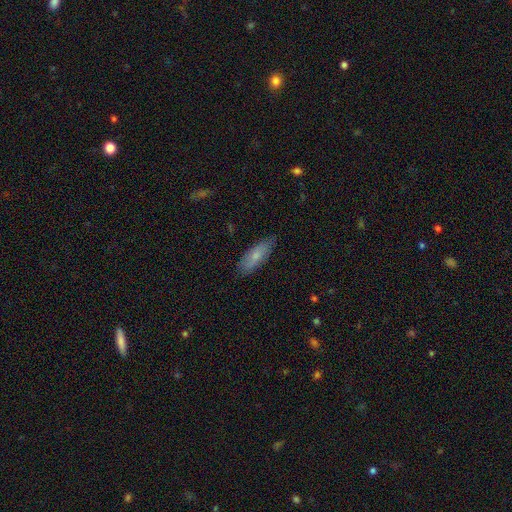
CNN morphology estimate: smooth-or-featured: smooth: 72% | featured or disk: 22% | star or artifact: 6%
  how-rounded: in between: 63% | cigar-shaped: 35% | round: 2%
  merging: none: 82% | minor disturbance: 15% | major disturbance: 2% | merger: 1%